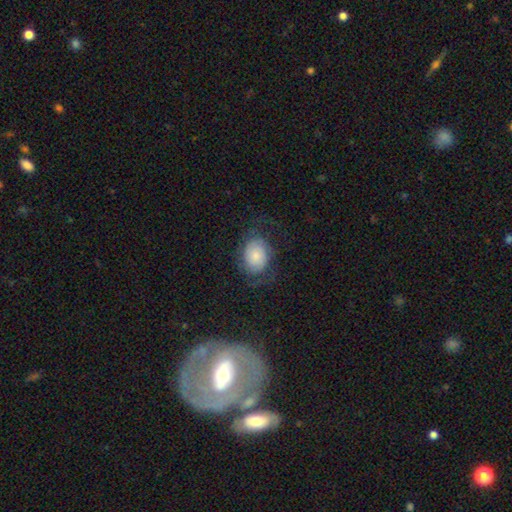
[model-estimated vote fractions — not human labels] smooth 52%, featured or disk 39%, star or artifact 9%. Down the decision tree: how rounded — in between (66%); merging — none (60%).